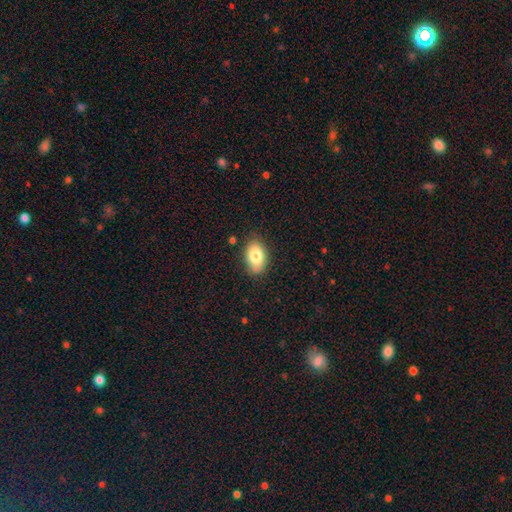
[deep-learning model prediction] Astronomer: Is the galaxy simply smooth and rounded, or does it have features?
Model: smooth — 80%.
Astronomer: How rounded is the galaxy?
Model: in between — 89%.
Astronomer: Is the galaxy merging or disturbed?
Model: none — 83%.